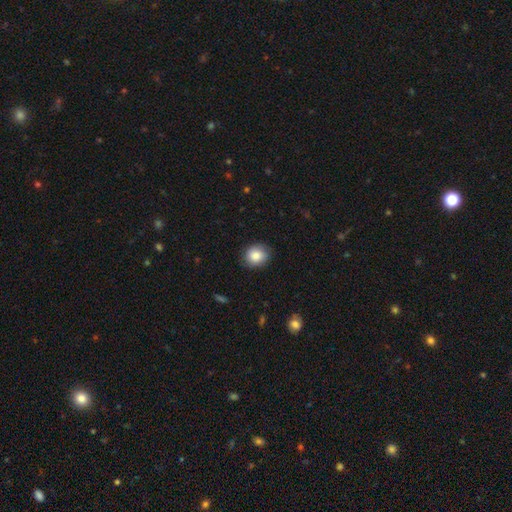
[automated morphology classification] Smooth or featured: smooth — 85% (star or artifact — 8%)
How rounded: round — 66% (in between — 33%)
Merging: none — 85% (minor disturbance — 12%)